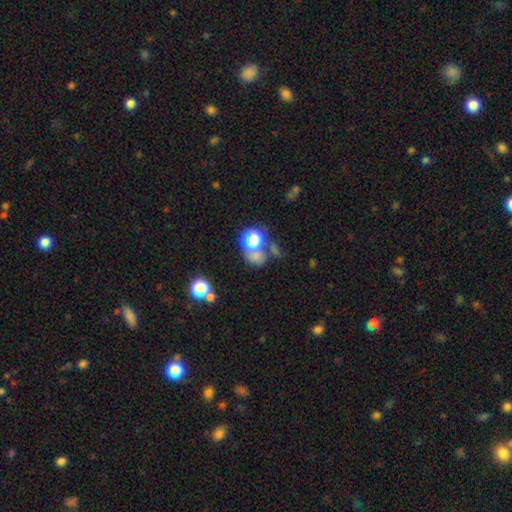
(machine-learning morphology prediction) Smooth or featured? smooth (57%)
How rounded? round (63%)
Merging? none (41%)